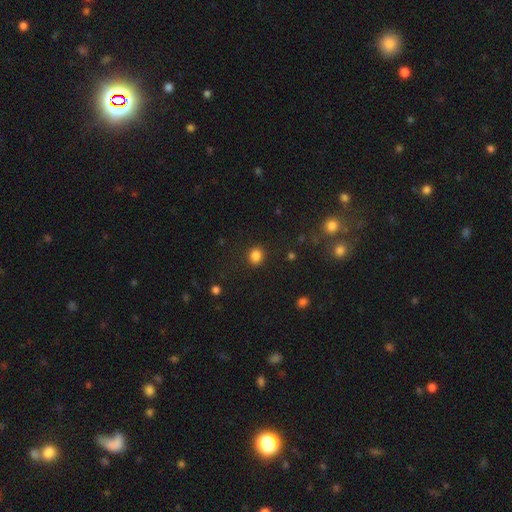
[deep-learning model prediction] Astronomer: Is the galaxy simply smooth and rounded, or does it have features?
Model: smooth — 84%.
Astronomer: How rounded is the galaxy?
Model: round — 75%.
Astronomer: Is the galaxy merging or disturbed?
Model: none — 88%.